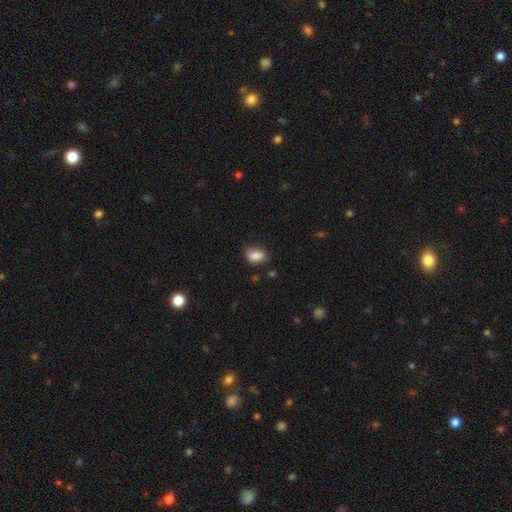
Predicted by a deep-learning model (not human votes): Morphology: type=smooth (83%); roundness=in between (75%); merging=none (67%).